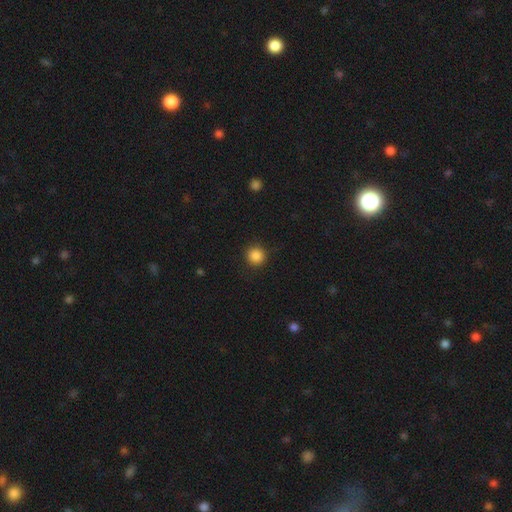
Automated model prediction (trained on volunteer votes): smooth 87%, star or artifact 10%, featured or disk 3%. Down the decision tree: how rounded — round (94%); merging — none (91%).